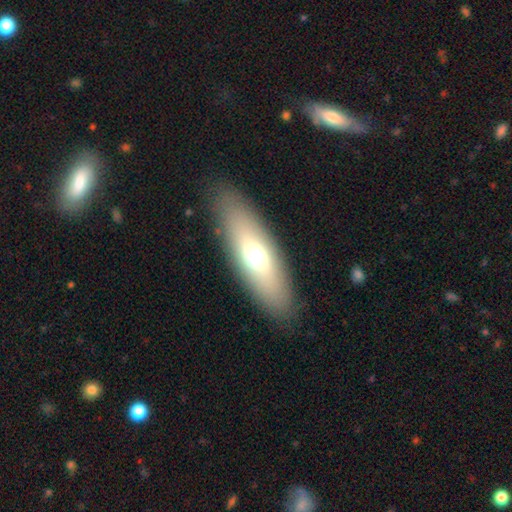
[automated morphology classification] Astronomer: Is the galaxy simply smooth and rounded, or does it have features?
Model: smooth — 61%.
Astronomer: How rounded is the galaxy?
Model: in between — 57% (runner-up: cigar-shaped, 40%).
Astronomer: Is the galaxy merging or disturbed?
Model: none — 87%.